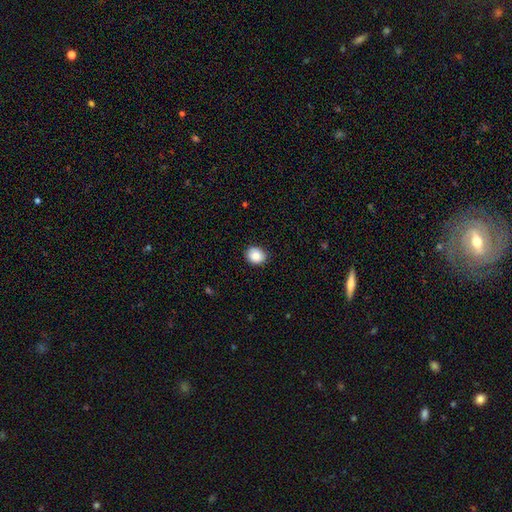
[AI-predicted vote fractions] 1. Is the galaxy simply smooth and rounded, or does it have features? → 87% smooth, 8% star or artifact, 5% featured or disk.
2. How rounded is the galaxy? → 66% round, 33% in between, 1% cigar-shaped.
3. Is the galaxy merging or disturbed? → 86% none, 10% minor disturbance, 2% major disturbance, 1% merger.